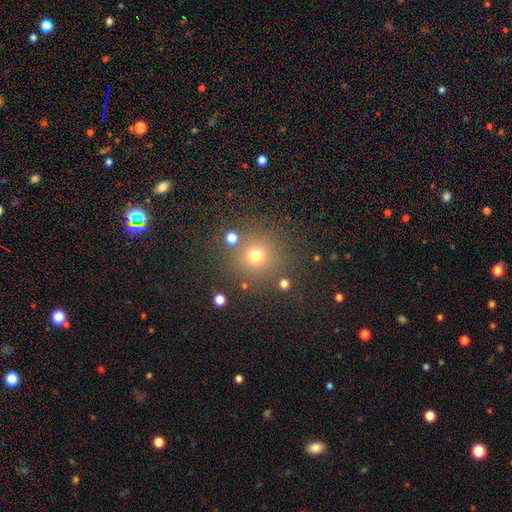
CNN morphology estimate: Overall: smooth (73%). How rounded: round (93%). Merging: none (82%).